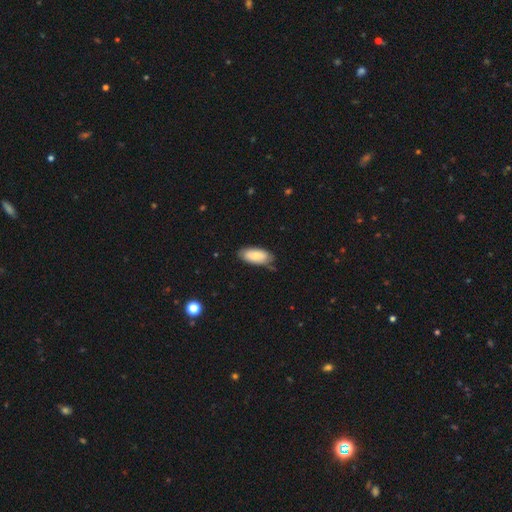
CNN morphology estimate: type=smooth (73%); roundness=in between (90%); merging=none (65%).